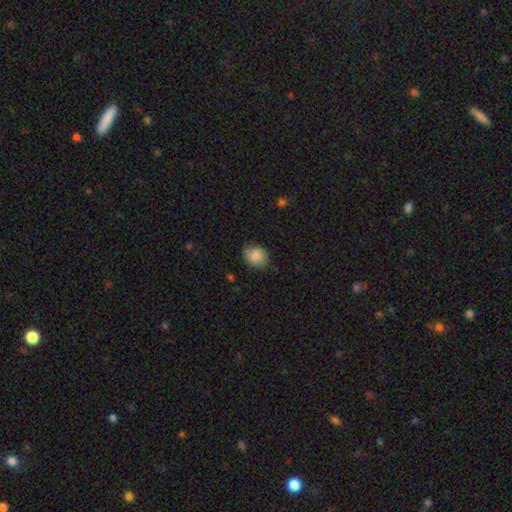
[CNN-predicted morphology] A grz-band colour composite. It shows a smooth galaxy with no disk features (81%) that is round (59%). Merging: none (71%).